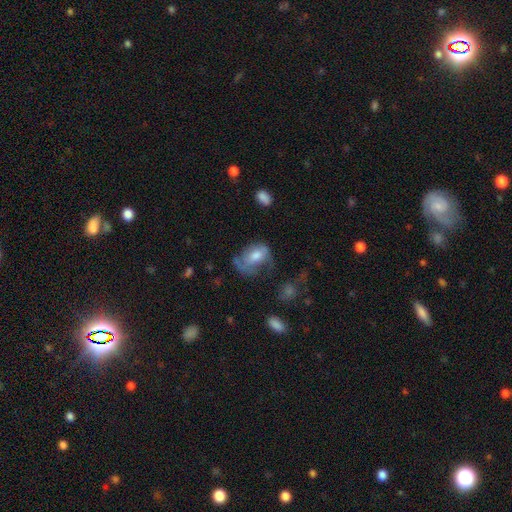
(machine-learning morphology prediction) smooth_or_featured: featured or disk (p=0.47) [alt: smooth p=0.44]
merging: major disturbance (p=0.36) [alt: none p=0.33]